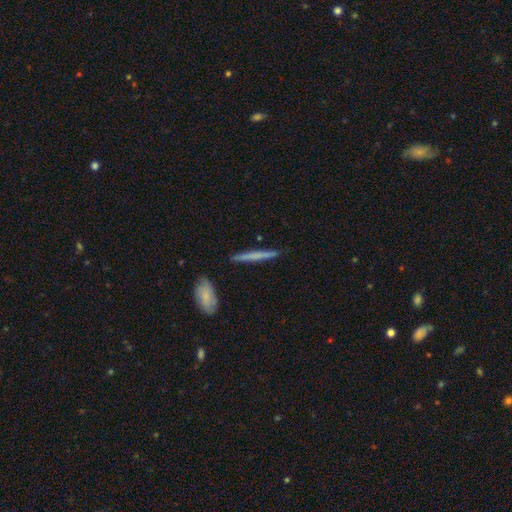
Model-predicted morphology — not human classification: Q: Smooth or featured?
A: smooth (56%); runner-up: featured or disk (39%)
Q: How rounded?
A: cigar-shaped (95%); runner-up: in between (3%)
Q: Merging?
A: none (90%); runner-up: minor disturbance (7%)